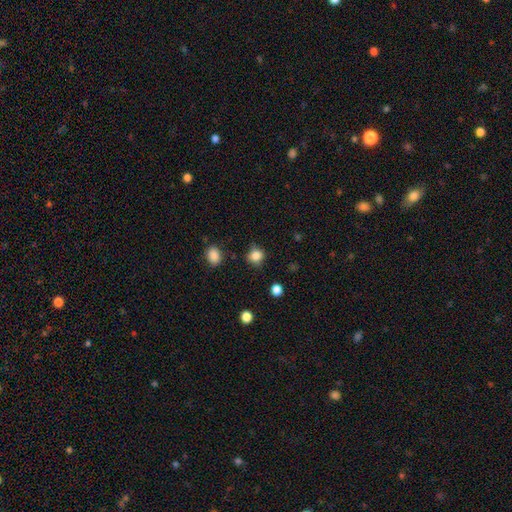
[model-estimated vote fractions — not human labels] A smooth galaxy with no disk features (83%) that is round (82%).

Vote fractions:
- Smooth or featured? smooth: 83% / star or artifact: 12% / featured or disk: 6%
- How rounded? round: 82% / in between: 17% / cigar-shaped: 1%
- Merging? none: 75% / minor disturbance: 18% / major disturbance: 4% / merger: 3%